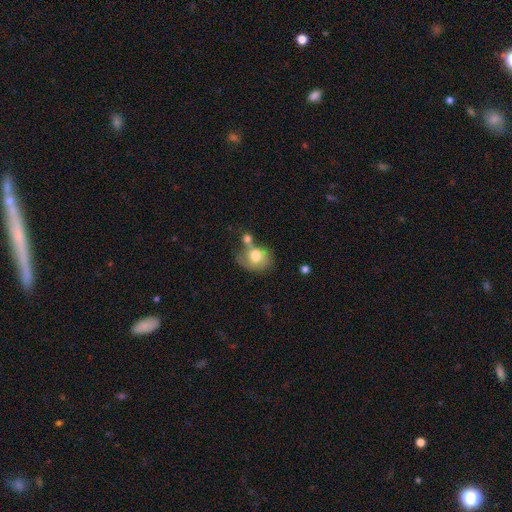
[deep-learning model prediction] smooth_or_featured: smooth (p=0.72) [alt: featured or disk p=0.20]
how_rounded: round (p=0.52) [alt: in between p=0.47]
merging: none (p=0.35) [alt: merger p=0.33]